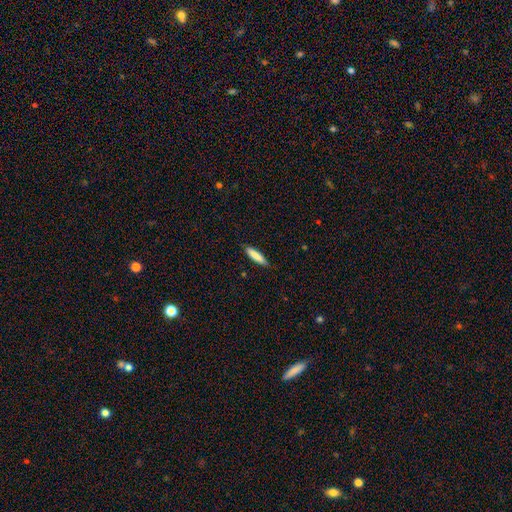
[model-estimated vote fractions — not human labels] Q: Smooth or featured?
A: smooth (84%); runner-up: featured or disk (10%)
Q: How rounded?
A: cigar-shaped (77%); runner-up: in between (22%)
Q: Merging?
A: none (86%); runner-up: minor disturbance (11%)